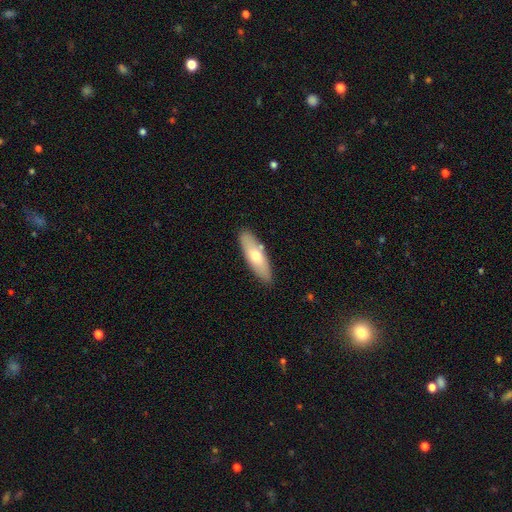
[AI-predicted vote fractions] This appears to be a smooth galaxy with no disk features (66%) that is in between round and cigar-shaped (56%). Merging: none (83%).